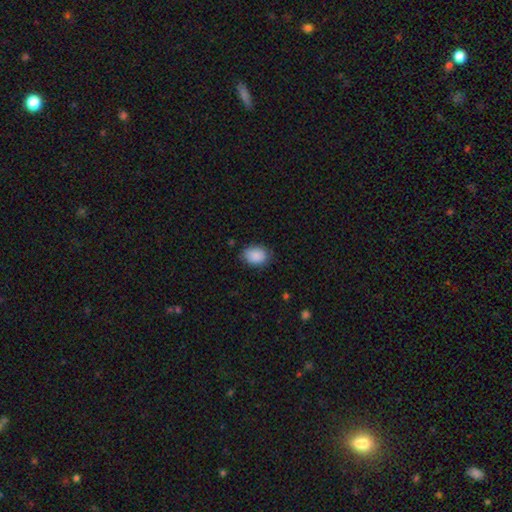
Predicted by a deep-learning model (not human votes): smooth-or-featured: smooth: 89% | star or artifact: 7% | featured or disk: 3%
  how-rounded: in between: 71% | round: 28% | cigar-shaped: 1%
  merging: none: 79% | minor disturbance: 17% | major disturbance: 3% | merger: 1%